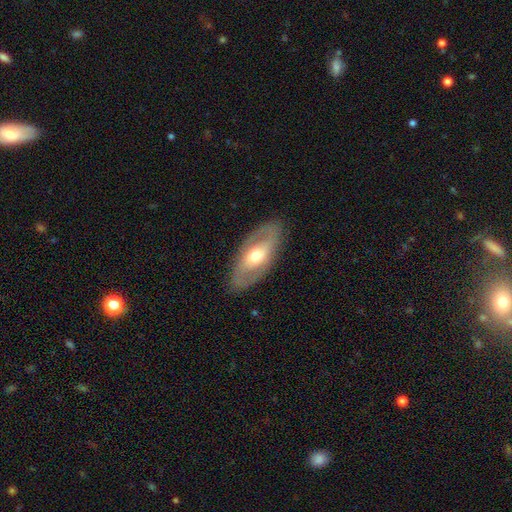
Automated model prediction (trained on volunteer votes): Smooth or featured: featured or disk — 59% (smooth — 36%)
Edge-on disk: no — 83% (yes — 17%)
Merging: none — 84% (minor disturbance — 11%)